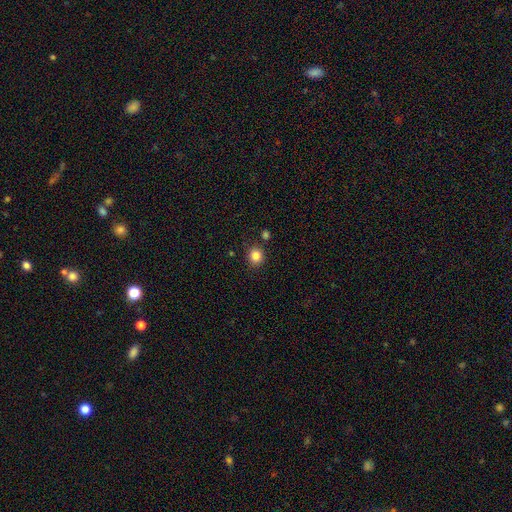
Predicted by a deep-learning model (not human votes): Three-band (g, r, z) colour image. It shows a smooth galaxy with no disk features (84%) that is round (83%). Merging: none (84%).